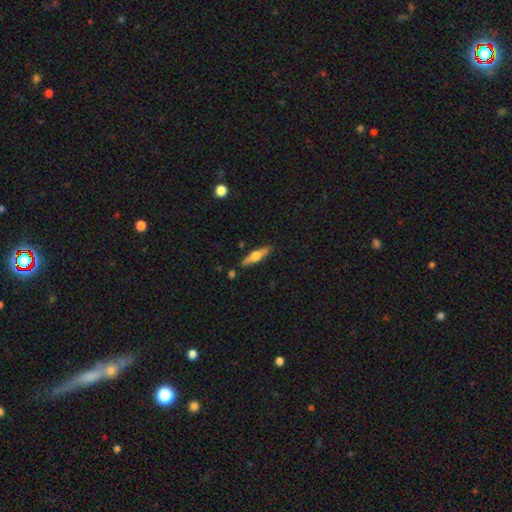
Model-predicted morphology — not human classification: A featured or disk galaxy (53%) viewed edge-on (94%) with a rounded central bulge (93%). Merging: none (87%).